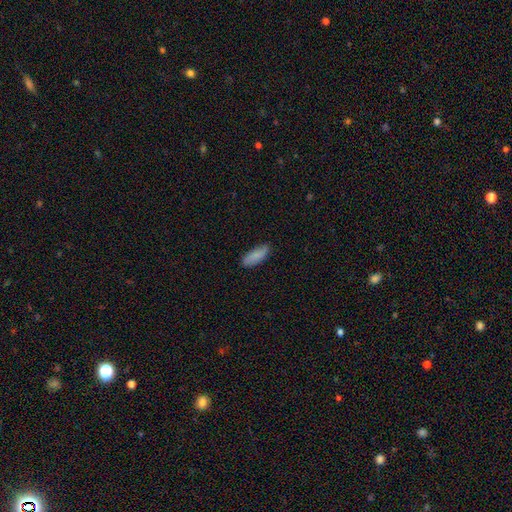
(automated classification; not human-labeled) Smooth or featured?
  - smooth: 82% *
  - featured or disk: 11%
  - star or artifact: 6%
How rounded?
  - in between: 69% *
  - cigar-shaped: 29%
  - round: 2%
Merging?
  - none: 83% *
  - minor disturbance: 13%
  - major disturbance: 2%
  - merger: 1%